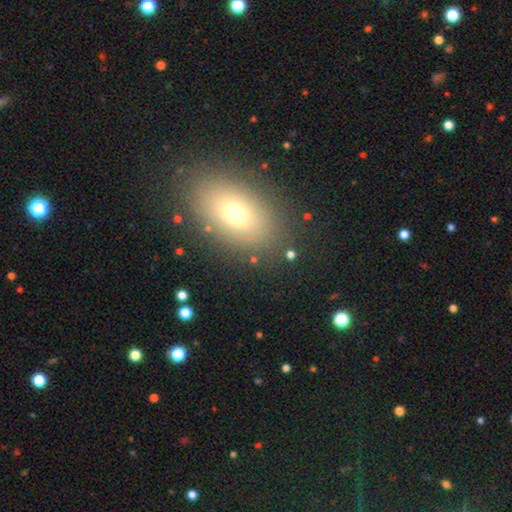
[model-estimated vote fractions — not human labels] Smooth or featured? smooth (62%)
How rounded? in between (82%)
Merging? none (87%)